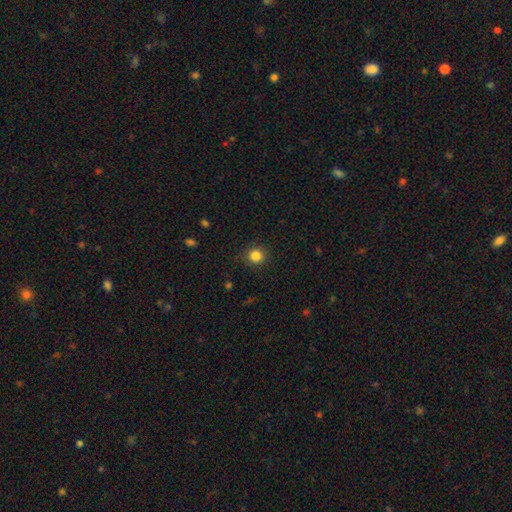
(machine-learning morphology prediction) The model was most divided on "smooth or featured": smooth: 85%, star or artifact: 11%, featured or disk: 4%. More confident: how rounded — round (91%); merging — none (90%).